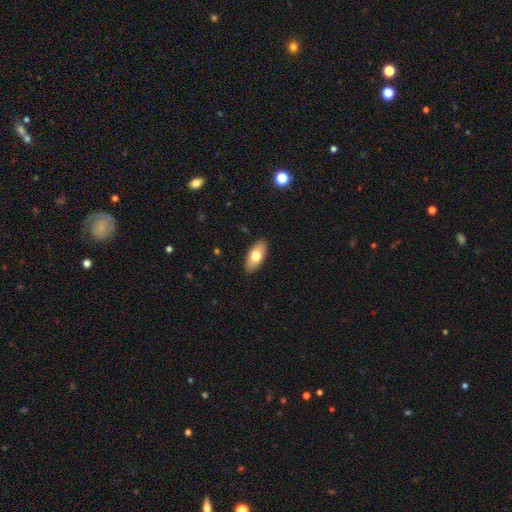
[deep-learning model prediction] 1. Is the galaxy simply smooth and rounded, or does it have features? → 74% smooth, 20% featured or disk, 6% star or artifact.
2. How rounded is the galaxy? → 91% in between, 7% cigar-shaped, 3% round.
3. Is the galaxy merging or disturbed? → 89% none, 9% minor disturbance, 2% major disturbance, 1% merger.